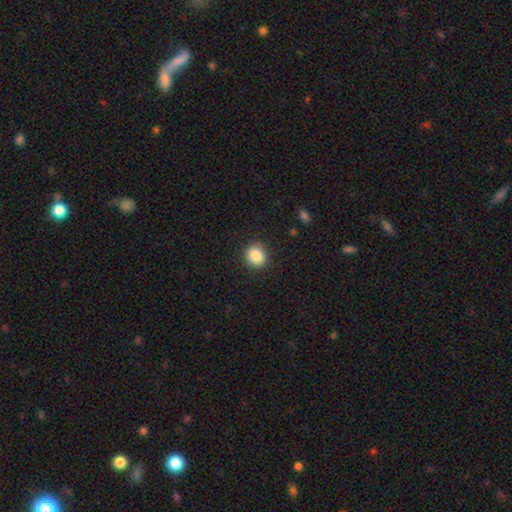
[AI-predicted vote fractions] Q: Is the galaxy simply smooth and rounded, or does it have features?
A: smooth — 87%.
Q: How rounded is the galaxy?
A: round — 81%.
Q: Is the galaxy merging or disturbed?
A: none — 88%.